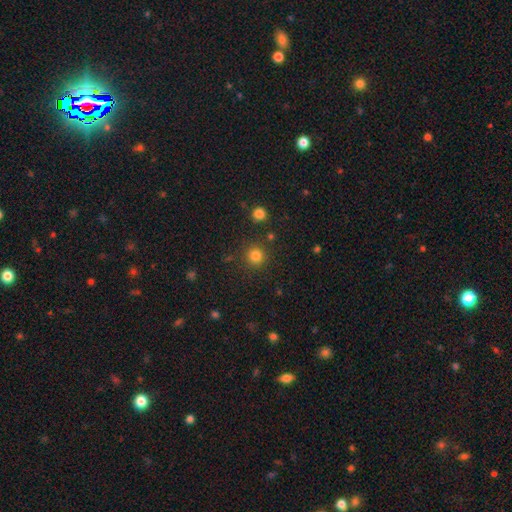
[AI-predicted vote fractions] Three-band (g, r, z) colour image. It shows a smooth galaxy with no disk features (81%) that is round (93%). Merging: none (87%).